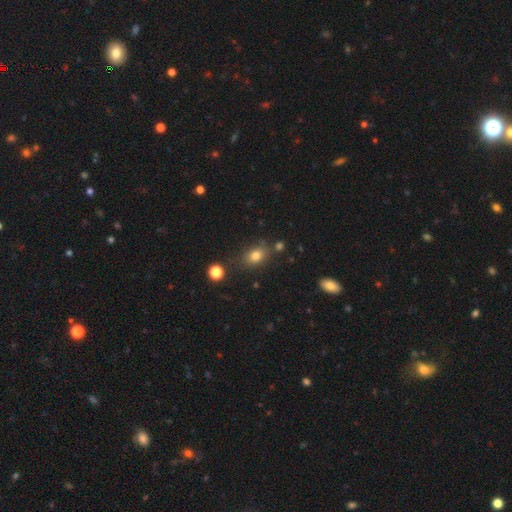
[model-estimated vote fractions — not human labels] A smooth galaxy with no disk features (79%) that is in between round and cigar-shaped (68%). Merging: none (73%).